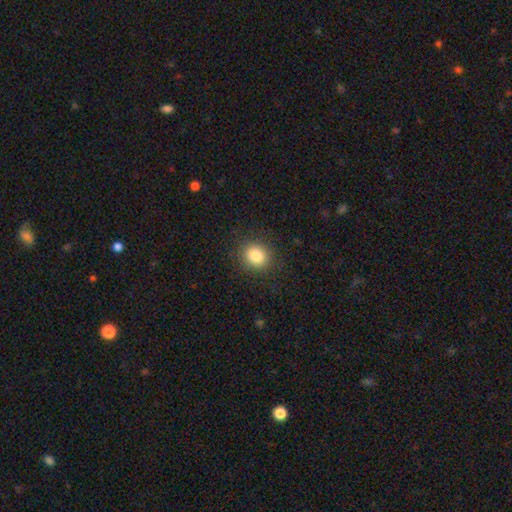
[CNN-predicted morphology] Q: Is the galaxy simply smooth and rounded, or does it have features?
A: smooth — 83%.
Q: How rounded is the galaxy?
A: round — 80%.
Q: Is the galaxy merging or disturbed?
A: none — 89%.